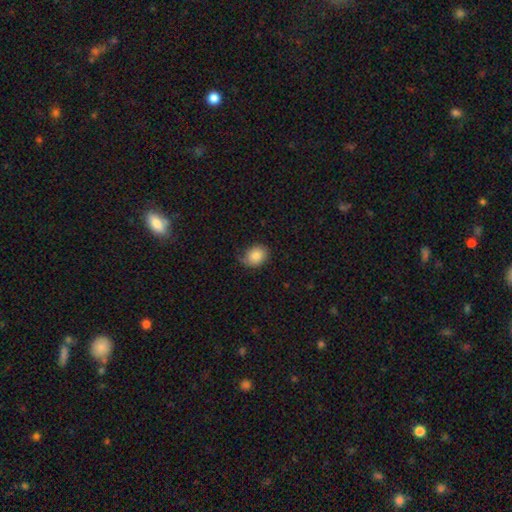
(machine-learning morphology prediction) Smooth or featured: smooth — 84% (featured or disk — 8%)
How rounded: round — 54% (in between — 45%)
Merging: none — 64% (minor disturbance — 28%)